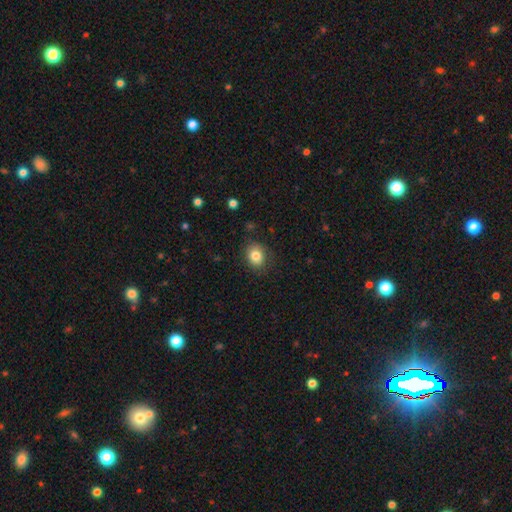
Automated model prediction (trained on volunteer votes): The model was most divided on "how rounded": round: 57%, in between: 43%, cigar-shaped: 1%. More confident: merging — none (84%); smooth or featured — smooth (83%).